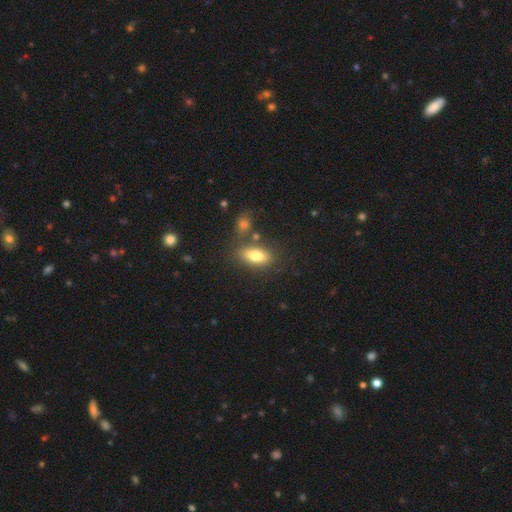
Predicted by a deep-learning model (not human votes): A smooth galaxy with no disk features (77%) that is in between round and cigar-shaped (83%).

Vote fractions:
- Smooth or featured? smooth: 77% / featured or disk: 15% / star or artifact: 8%
- How rounded? in between: 83% / cigar-shaped: 12% / round: 5%
- Merging? none: 73% / minor disturbance: 13% / merger: 11% / major disturbance: 4%